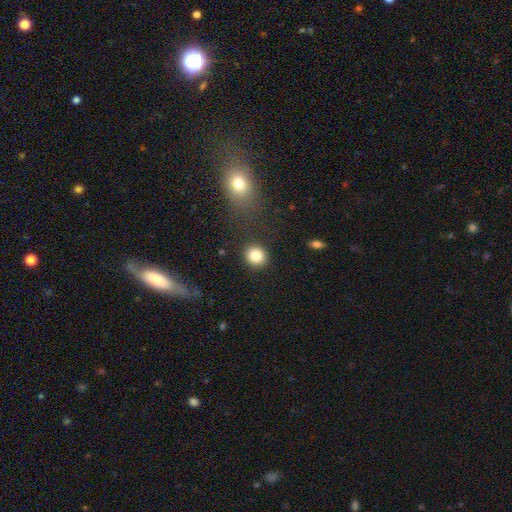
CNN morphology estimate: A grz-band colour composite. It shows a smooth galaxy with no disk features (84%) that is round (82%). Merging: none (88%).